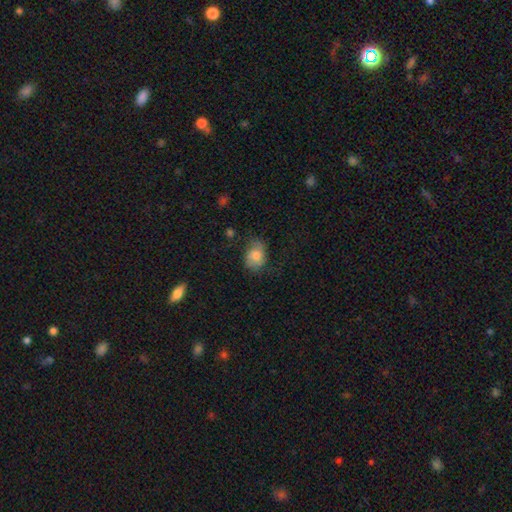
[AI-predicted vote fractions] The model was most divided on "how rounded": in between: 60%, round: 39%, cigar-shaped: 1%. More confident: smooth or featured — smooth (67%); merging — none (58%).